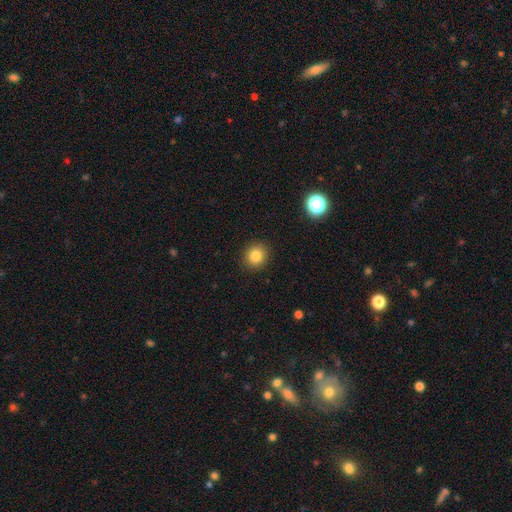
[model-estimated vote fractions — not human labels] Q: Smooth or featured?
A: smooth (82%); runner-up: star or artifact (11%)
Q: How rounded?
A: round (86%); runner-up: in between (13%)
Q: Merging?
A: none (91%); runner-up: minor disturbance (6%)